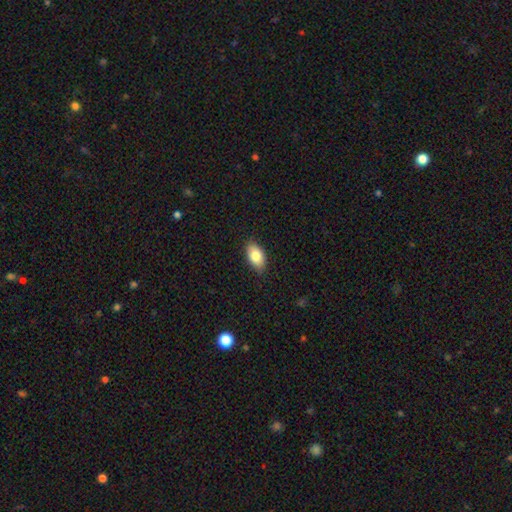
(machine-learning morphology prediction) type=smooth (82%); roundness=in between (91%); merging=none (84%).